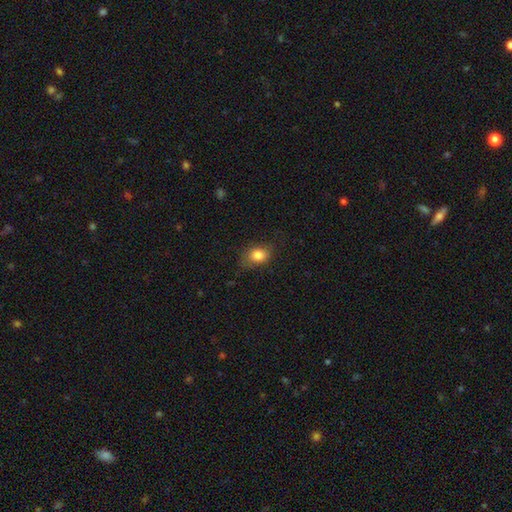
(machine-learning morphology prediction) smooth 82%, star or artifact 10%, featured or disk 8%. Down the decision tree: how rounded — in between (66%); merging — none (71%).